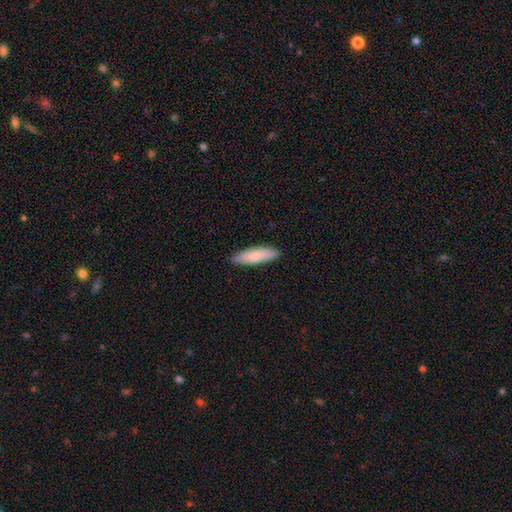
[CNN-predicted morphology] This is likely a smooth galaxy (79%). How rounded: likely cigar-shaped (61%). Merging: clearly none (89%).